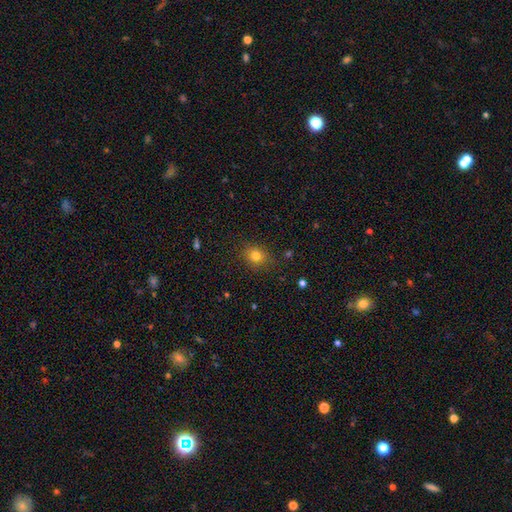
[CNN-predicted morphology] This appears to be a smooth galaxy with no disk features (78%) that is round (67%). Merging: none (84%).